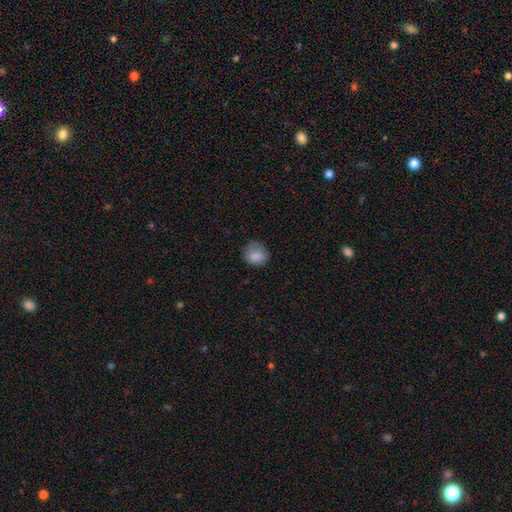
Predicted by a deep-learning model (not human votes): A smooth galaxy with no disk features (83%) that is round (70%). Merging: none (65%).